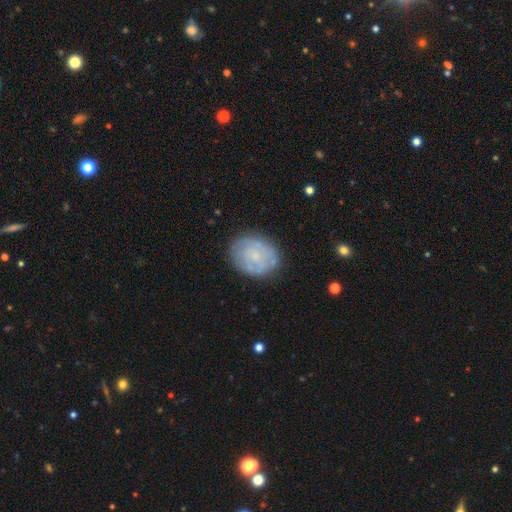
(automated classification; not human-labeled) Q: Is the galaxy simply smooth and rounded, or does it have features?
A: featured or disk — 51%.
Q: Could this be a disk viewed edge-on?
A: no — 97%.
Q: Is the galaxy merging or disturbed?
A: none — 76%.